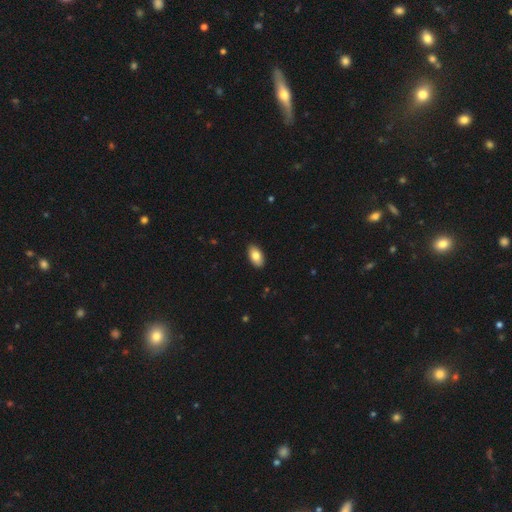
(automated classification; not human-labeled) A smooth galaxy with no disk features (81%) that is in between round and cigar-shaped (94%). Merging: none (90%).